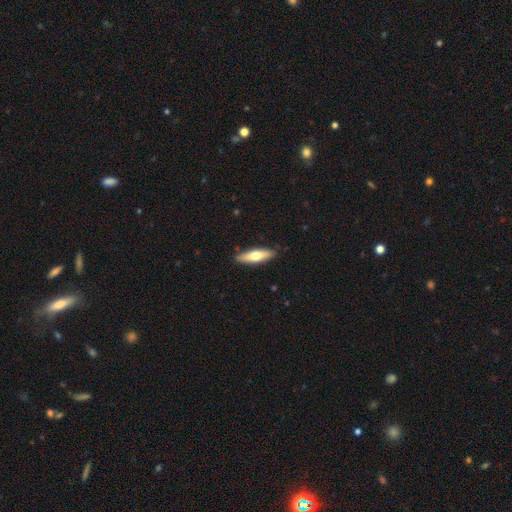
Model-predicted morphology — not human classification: A smooth galaxy with no disk features (60%) that is cigar-shaped (58%). Merging: none (87%).